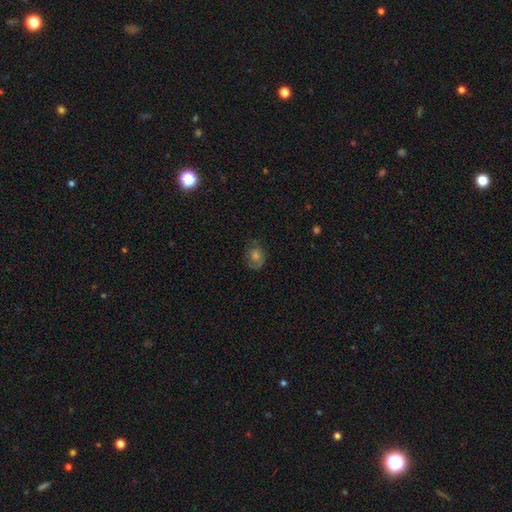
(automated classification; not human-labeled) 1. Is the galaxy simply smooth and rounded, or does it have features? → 49% smooth, 32% featured or disk, 19% star or artifact.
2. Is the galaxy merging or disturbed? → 75% none, 18% minor disturbance, 7% major disturbance, 1% merger.